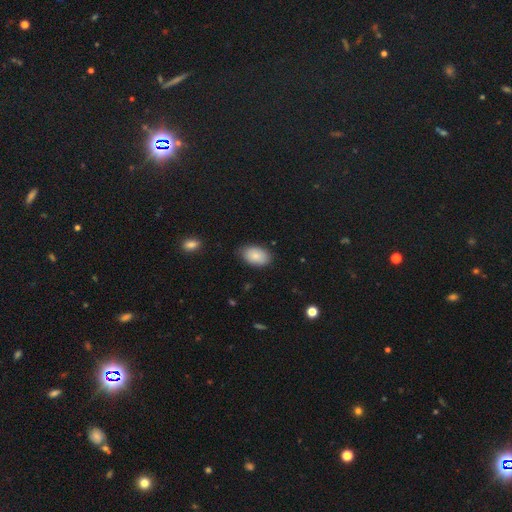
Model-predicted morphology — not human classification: This is clearly a smooth galaxy (86%). How rounded: clearly in between (92%). Merging: clearly none (81%).